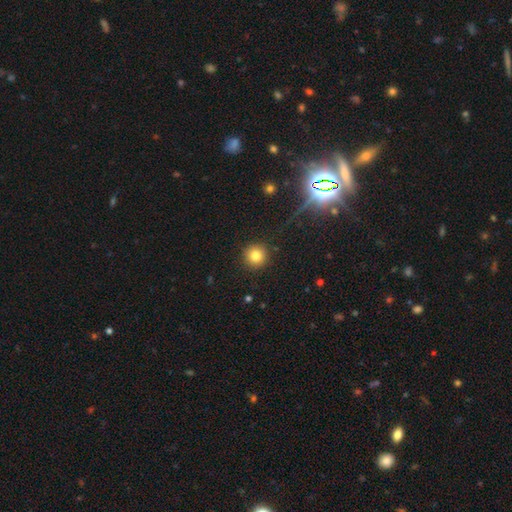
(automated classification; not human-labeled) A smooth galaxy with no disk features (80%) that is round (95%).

Vote fractions:
- Smooth or featured? smooth: 80% / star or artifact: 13% / featured or disk: 7%
- How rounded? round: 95% / in between: 4% / cigar-shaped: 1%
- Merging? none: 91% / minor disturbance: 6% / major disturbance: 2% / merger: 1%